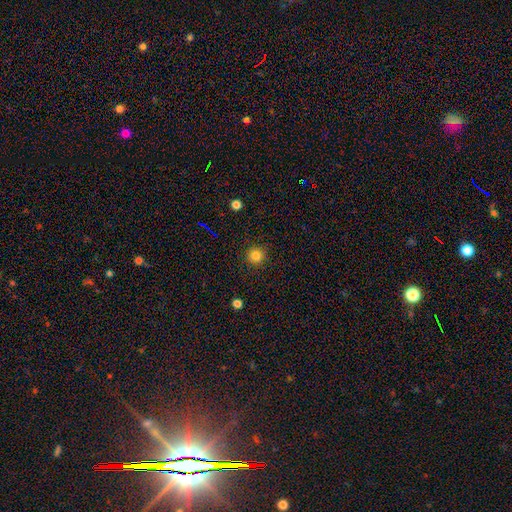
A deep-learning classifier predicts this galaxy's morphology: Smooth or featured?
  - smooth: 83% *
  - star or artifact: 13%
  - featured or disk: 5%
How rounded?
  - round: 94% *
  - in between: 5%
  - cigar-shaped: 1%
Merging?
  - none: 91% *
  - minor disturbance: 6%
  - major disturbance: 2%
  - merger: 1%